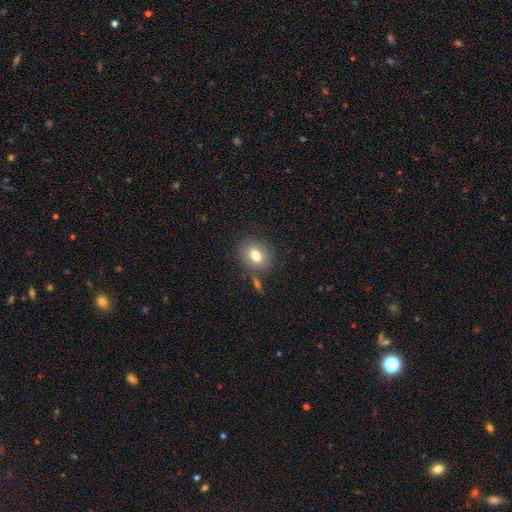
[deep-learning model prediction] Smooth or featured? Predicted: smooth (p=0.77). How rounded? Predicted: in between (p=0.57). Merging? Predicted: none (p=0.76).